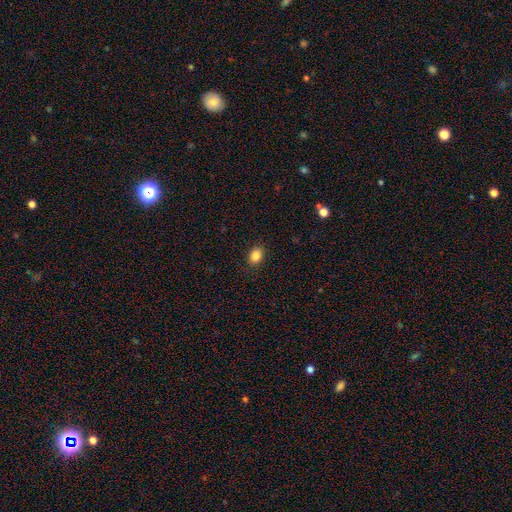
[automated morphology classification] smooth_or_featured: smooth (p=0.86) [alt: star or artifact p=0.10]
how_rounded: in between (p=0.64) [alt: round p=0.35]
merging: none (p=0.89) [alt: minor disturbance p=0.08]